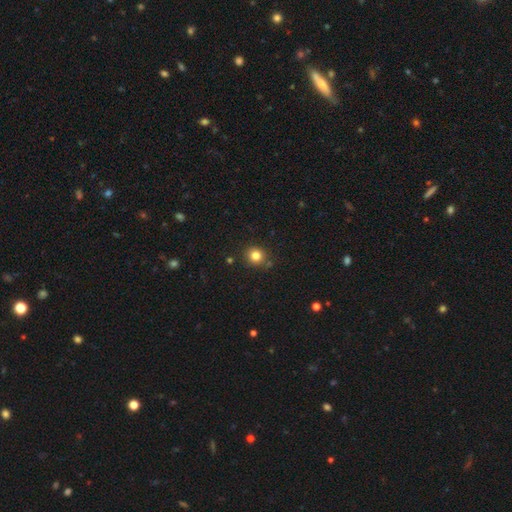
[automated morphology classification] Smooth or featured? Predicted: smooth (p=0.81). How rounded? Predicted: round (p=0.88). Merging? Predicted: none (p=0.84).